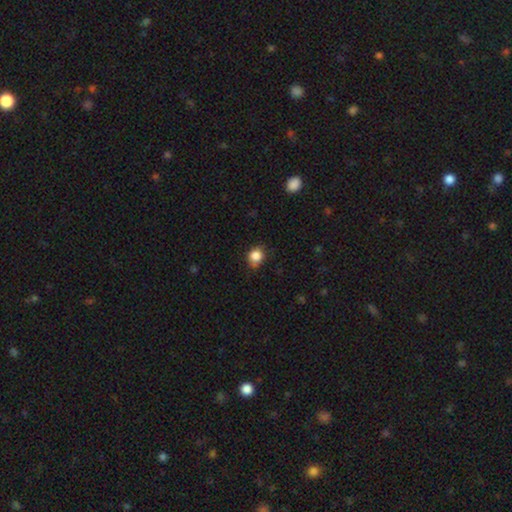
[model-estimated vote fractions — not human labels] A smooth galaxy with no disk features (84%) that is round (74%). Merging: none (69%).